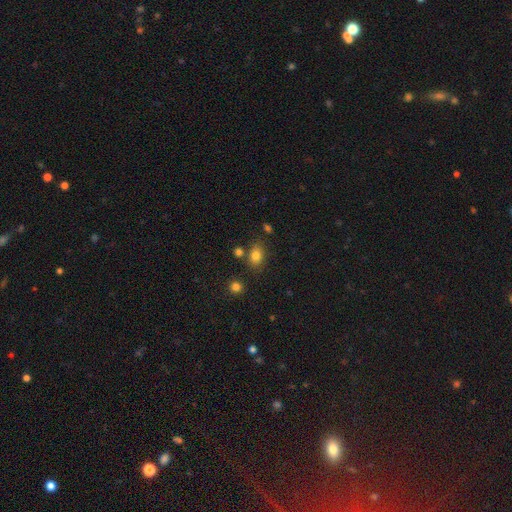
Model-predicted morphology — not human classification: Smooth or featured? Predicted: smooth (p=0.80). How rounded? Predicted: in between (p=0.72). Merging? Predicted: none (p=0.73).